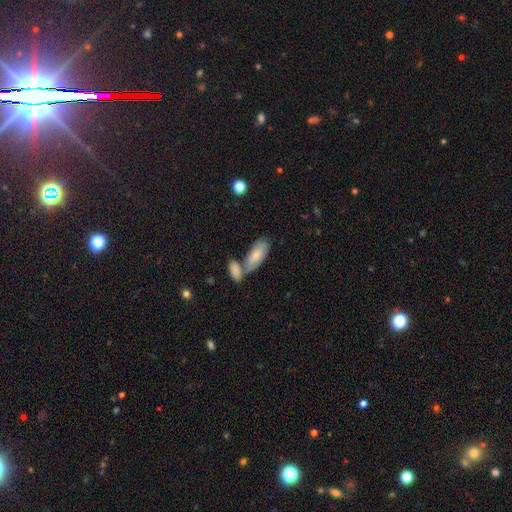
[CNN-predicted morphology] Smooth or featured: smooth — 71% (featured or disk — 23%)
How rounded: in between — 83% (cigar-shaped — 15%)
Merging: merger — 42% (tied with none — 42%)